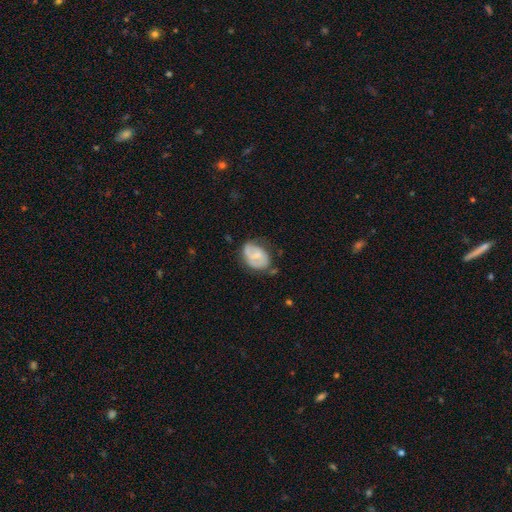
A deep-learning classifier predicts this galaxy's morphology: This is possibly a featured or disk galaxy (47%). Merging: possibly none (49%).